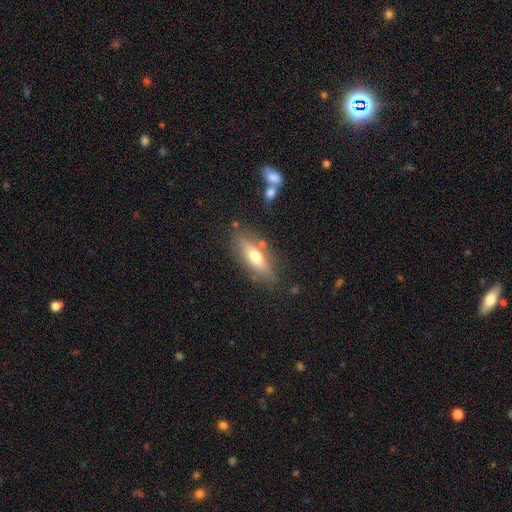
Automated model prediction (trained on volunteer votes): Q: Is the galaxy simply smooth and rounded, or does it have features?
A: smooth — 57%.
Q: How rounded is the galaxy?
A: in between — 54%.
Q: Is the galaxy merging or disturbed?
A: none — 78%.